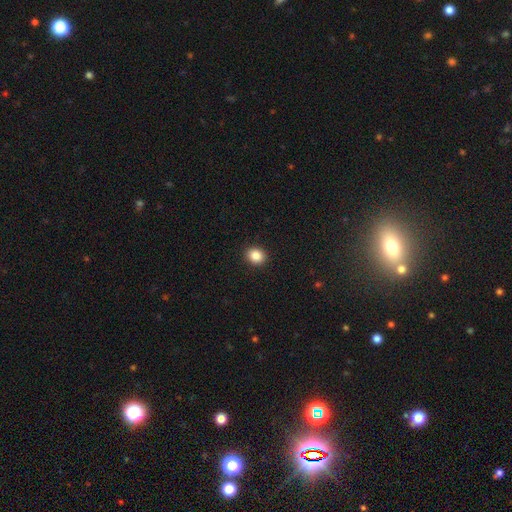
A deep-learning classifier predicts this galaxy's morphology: A smooth galaxy with no disk features (87%) that is round (69%). Merging: none (91%).